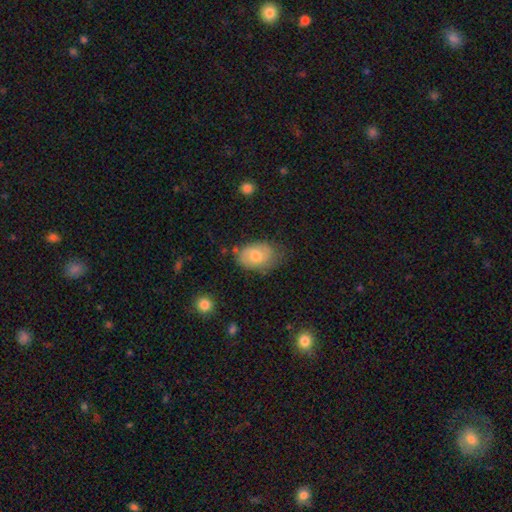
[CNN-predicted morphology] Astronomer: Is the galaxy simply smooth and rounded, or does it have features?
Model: smooth — 65%.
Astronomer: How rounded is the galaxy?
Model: in between — 84%.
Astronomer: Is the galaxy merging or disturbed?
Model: none — 62%.